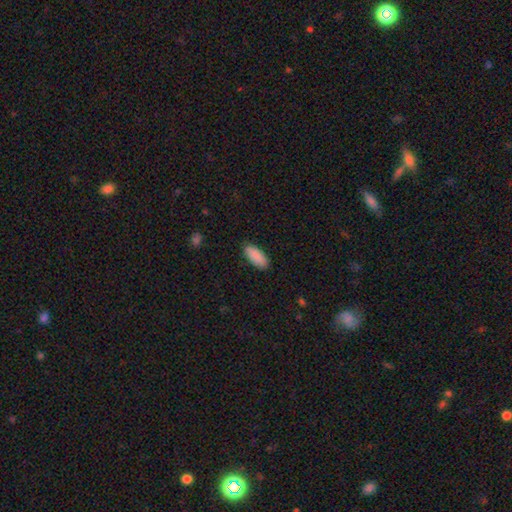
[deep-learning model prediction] Q: Smooth or featured?
A: smooth (90%); runner-up: star or artifact (6%)
Q: How rounded?
A: in between (83%); runner-up: cigar-shaped (16%)
Q: Merging?
A: none (88%); runner-up: minor disturbance (9%)